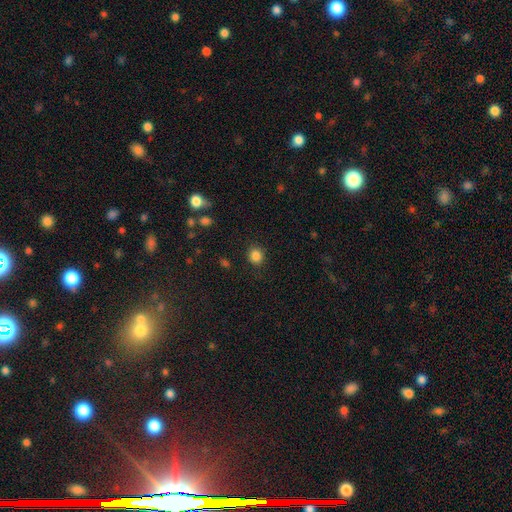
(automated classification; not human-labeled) smooth_or_featured: smooth (p=0.85) [alt: star or artifact p=0.11]
how_rounded: round (p=0.84) [alt: in between p=0.16]
merging: none (p=0.89) [alt: minor disturbance p=0.07]